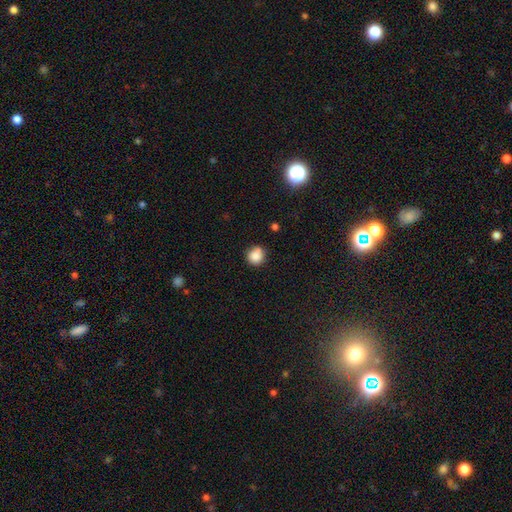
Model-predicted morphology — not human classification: Smooth or featured: smooth — 85% (star or artifact — 10%)
How rounded: round — 88% (in between — 11%)
Merging: none — 75% (minor disturbance — 17%)